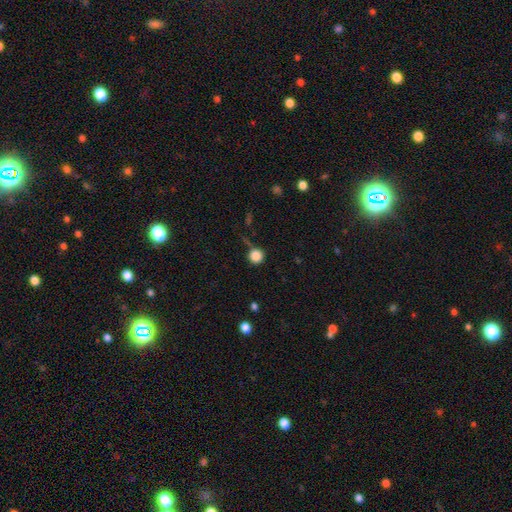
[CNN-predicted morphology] Overall: smooth (85%). How rounded: round (95%). Merging: none (77%).